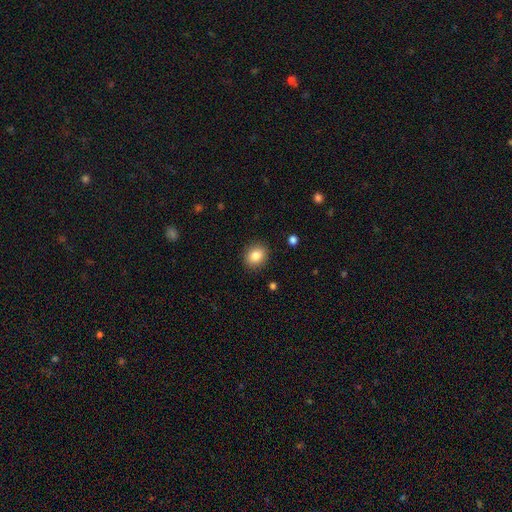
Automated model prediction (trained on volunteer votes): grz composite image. It shows a smooth galaxy with no disk features (85%) that is round (60%). Merging: none (89%).